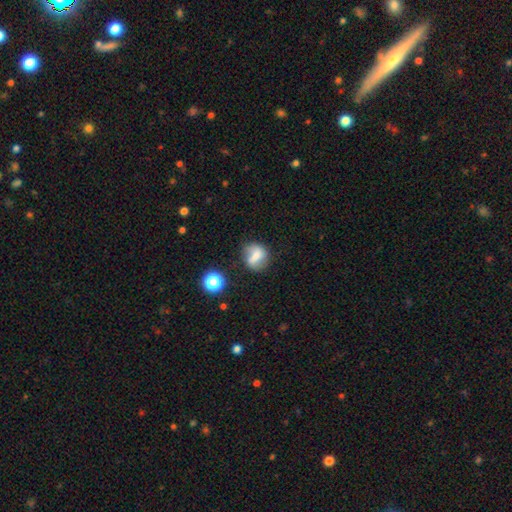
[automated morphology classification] This appears to be a smooth galaxy with no disk features (58%) that is round (69%). Merging: none (62%).